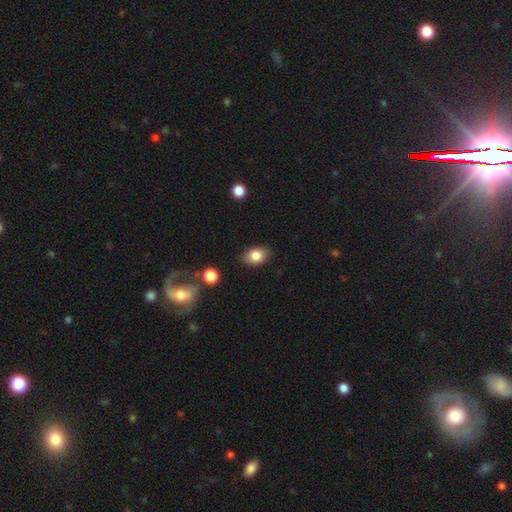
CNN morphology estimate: smooth-or-featured: smooth: 84% | star or artifact: 9% | featured or disk: 7%
  how-rounded: in between: 76% | round: 23% | cigar-shaped: 1%
  merging: none: 83% | minor disturbance: 12% | major disturbance: 3% | merger: 2%